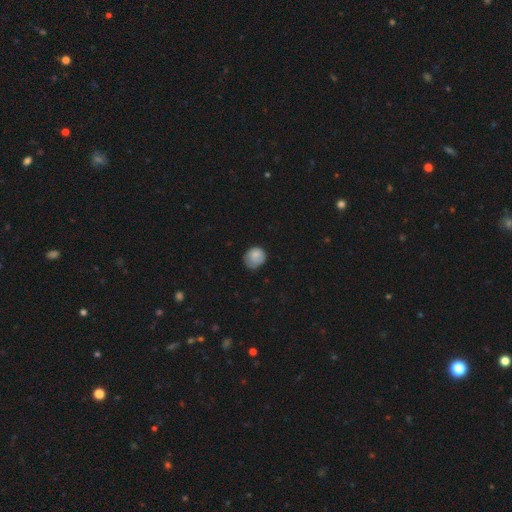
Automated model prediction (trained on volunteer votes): Overall: smooth (80%). How rounded: round (76%). Merging: none (62%; minor disturbance 30%).